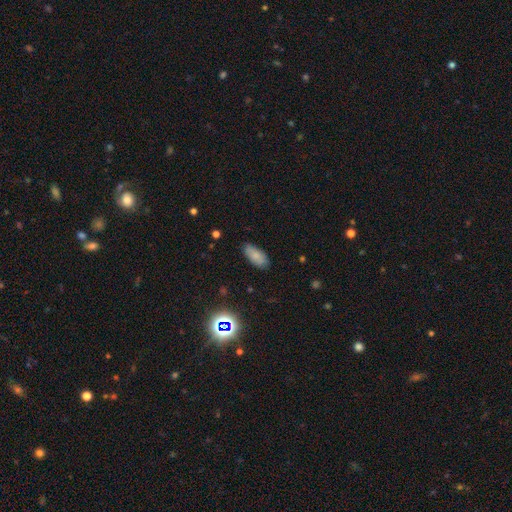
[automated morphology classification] This appears to be a smooth galaxy with no disk features (80%) that is in between round and cigar-shaped (87%). Merging: none (82%).